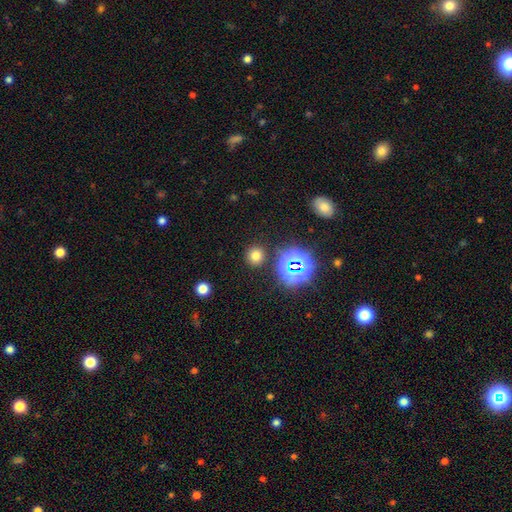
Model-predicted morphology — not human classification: A smooth galaxy with no disk features (70%) that is round (90%).

Vote fractions:
- Smooth or featured? smooth: 70% / star or artifact: 23% / featured or disk: 7%
- How rounded? round: 90% / in between: 9% / cigar-shaped: 1%
- Merging? none: 88% / minor disturbance: 6% / major disturbance: 3% / merger: 3%